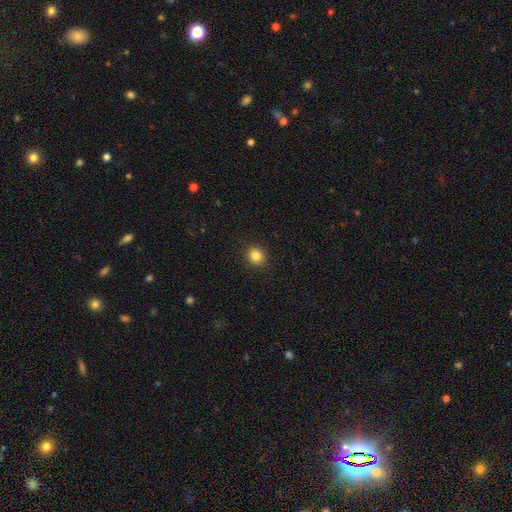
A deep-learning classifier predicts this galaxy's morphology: smooth 85%, star or artifact 11%, featured or disk 5%. Down the decision tree: how rounded — round (87%); merging — none (92%).